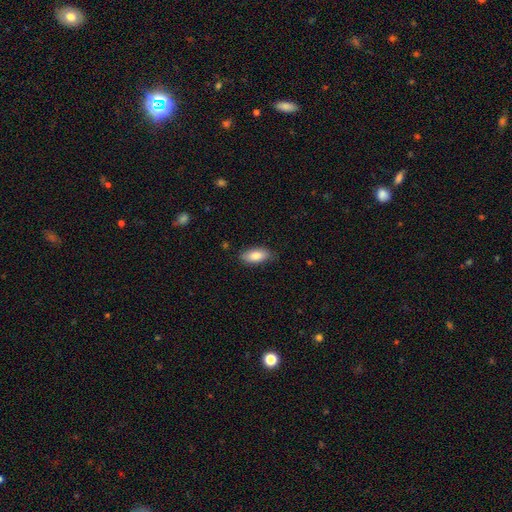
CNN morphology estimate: A smooth galaxy with no disk features (83%) that is in between round and cigar-shaped (88%).

Vote fractions:
- Smooth or featured? smooth: 83% / featured or disk: 10% / star or artifact: 6%
- How rounded? in between: 88% / cigar-shaped: 10% / round: 3%
- Merging? none: 83% / minor disturbance: 14% / major disturbance: 3% / merger: 1%